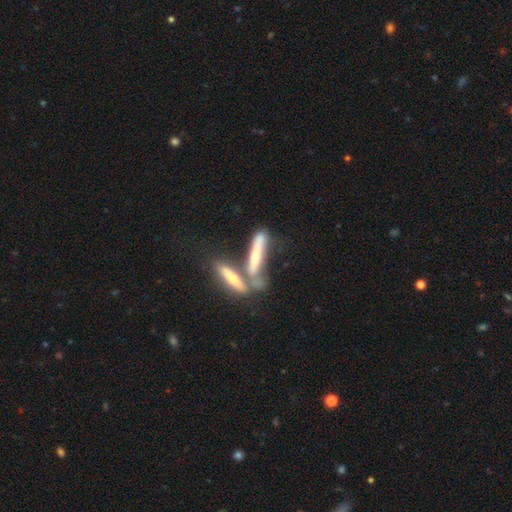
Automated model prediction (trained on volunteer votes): This is possibly a featured or disk galaxy (54%). It is clearly viewed edge-on (82%). Merging: possibly merger (45%).